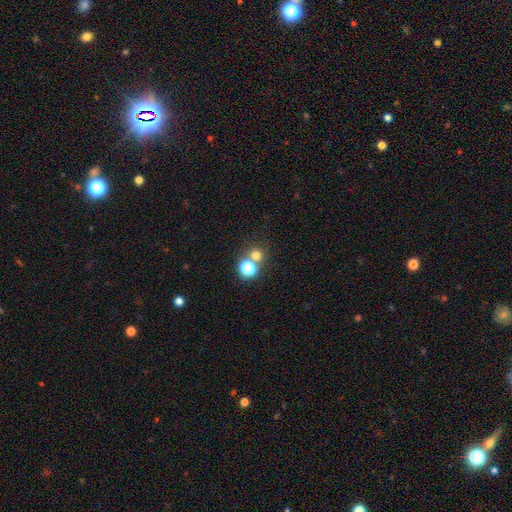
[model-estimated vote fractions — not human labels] smooth_or_featured: smooth (p=0.69) [alt: star or artifact p=0.23]
how_rounded: round (p=0.89) [alt: in between p=0.10]
merging: none (p=0.60) [alt: merger p=0.31]